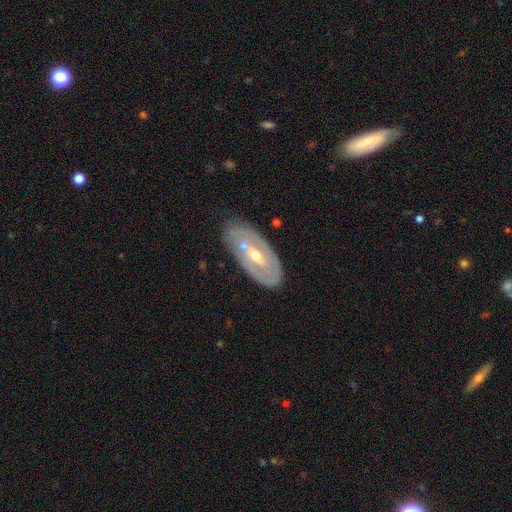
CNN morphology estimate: Smooth or featured: featured or disk — 76% (smooth — 19%)
Edge-on disk: no — 88% (yes — 12%)
Bar: weak — 42% (strong — 32%)
Spiral arms: yes — 62% (no — 38%)
Bulge size: moderate — 56% (small — 40%)
Merging: none — 76% (minor disturbance — 16%)